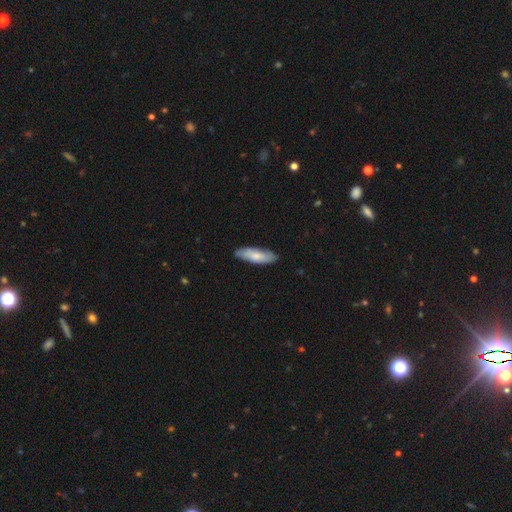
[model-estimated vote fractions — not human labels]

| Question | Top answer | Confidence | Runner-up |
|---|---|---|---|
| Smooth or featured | smooth | 71% | featured or disk (24%) |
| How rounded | in between | 50% | cigar-shaped (49%) |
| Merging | none | 84% | minor disturbance (13%) |